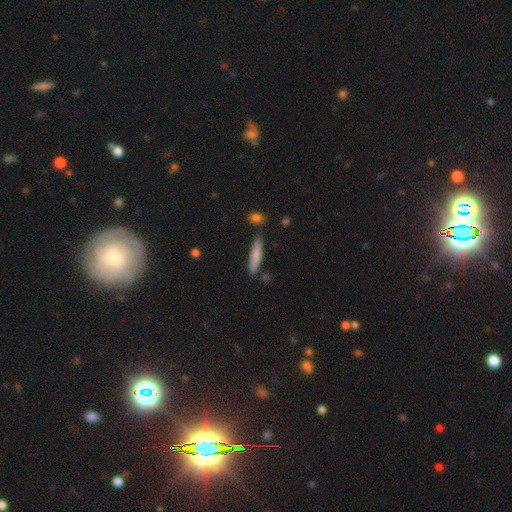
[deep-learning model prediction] Morphology: type=smooth (78%); roundness=cigar-shaped (90%); merging=none (84%).